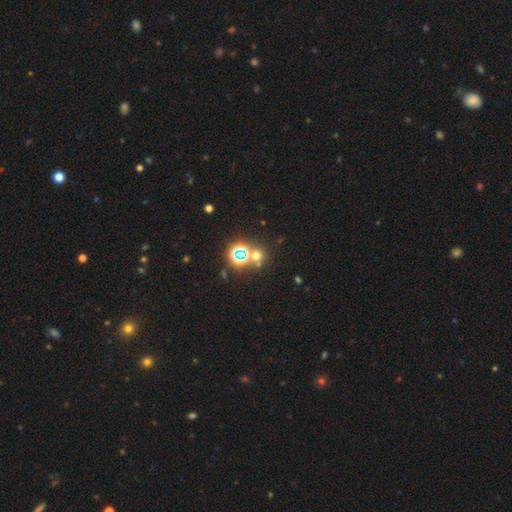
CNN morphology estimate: The model was most divided on "smooth or featured": star or artifact: 46%, smooth: 45%, featured or disk: 9%.